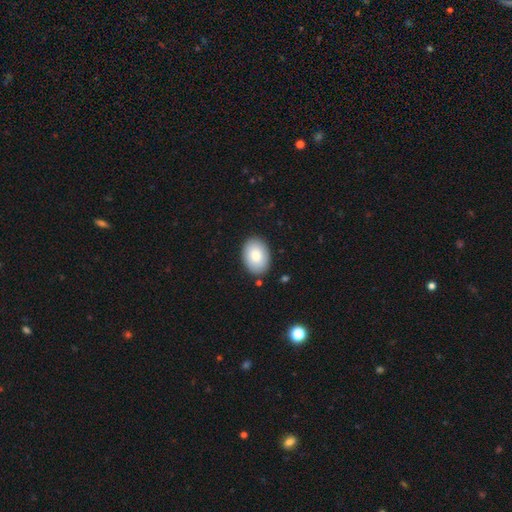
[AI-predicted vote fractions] This appears to be a smooth galaxy with no disk features (83%) that is in between round and cigar-shaped (85%). Merging: none (88%).